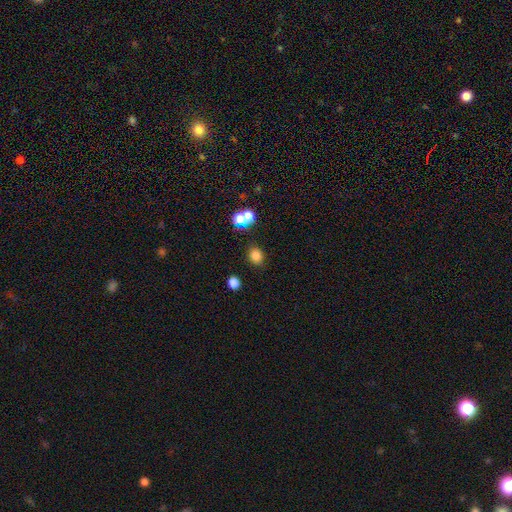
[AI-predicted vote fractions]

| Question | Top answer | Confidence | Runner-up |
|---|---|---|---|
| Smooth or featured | smooth | 79% | star or artifact (15%) |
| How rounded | round | 59% | in between (40%) |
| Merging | none | 80% | minor disturbance (10%) |